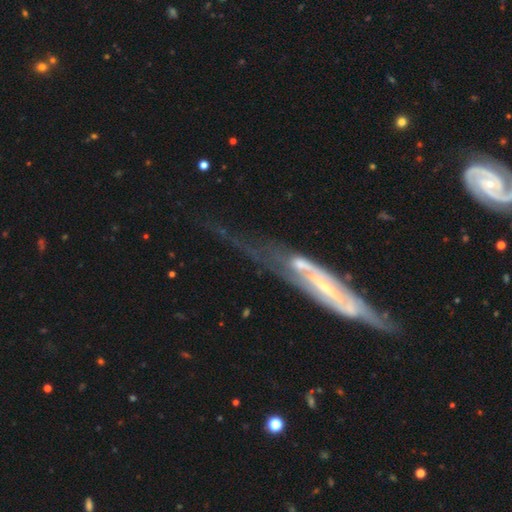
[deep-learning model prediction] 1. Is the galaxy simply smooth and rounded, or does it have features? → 75% featured or disk, 16% smooth, 9% star or artifact.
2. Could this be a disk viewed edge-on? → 53% yes, 47% no.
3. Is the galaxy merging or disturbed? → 41% none, 29% major disturbance, 23% minor disturbance, 8% merger.